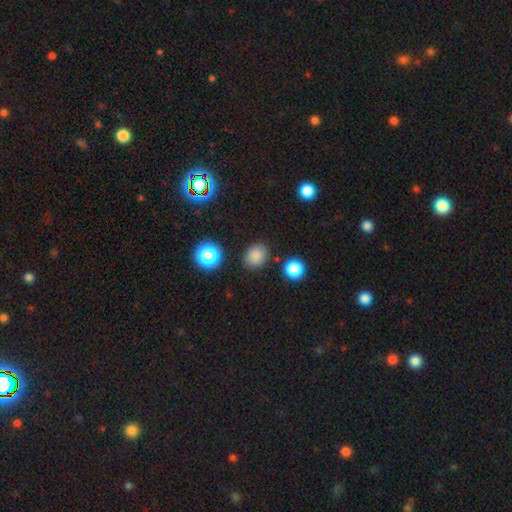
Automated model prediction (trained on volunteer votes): This is clearly a smooth galaxy (82%). How rounded: possibly round (54%). Merging: clearly none (85%).